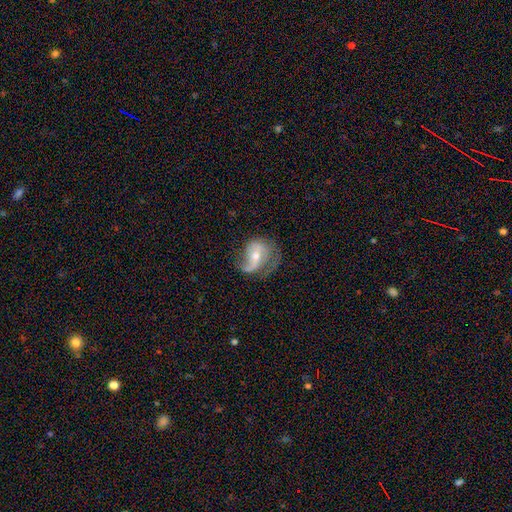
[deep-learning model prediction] A featured or disk galaxy (75%) with no bar (46%), 2 (60%) loose (53%) spiral arms (89%) and a moderate central bulge (54%).

Vote fractions:
- Smooth or featured? featured or disk: 75% / smooth: 19% / star or artifact: 7%
- Edge-on disk? no: 97% / yes: 3%
- Bar? no: 46% / weak: 38% / strong: 16%
- Spiral arms? yes: 89% / no: 11%
- Spiral winding? loose: 53% / medium: 36% / tight: 12%
- Spiral arm count? 2: 60% / 1: 30% / can't tell: 6% / 3: 2% / 4: 1% / more than 4: 1%
- Bulge size? moderate: 54% / small: 41% / large: 3% / none: 2% / dominant: 1%
- Merging? none: 45% / minor disturbance: 27% / major disturbance: 26% / merger: 2%